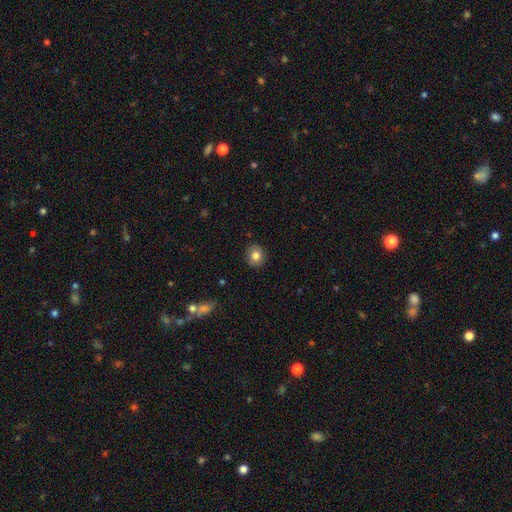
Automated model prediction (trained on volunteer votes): A smooth galaxy with no disk features (81%) that is round (78%). Merging: none (87%).